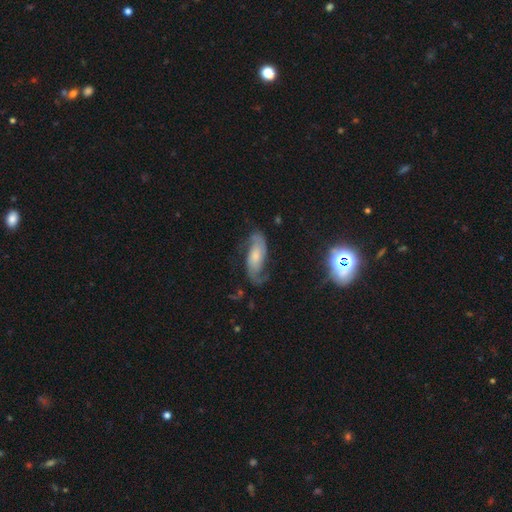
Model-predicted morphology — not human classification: A featured or disk galaxy (75%) with no bar (57%), 2 (88%) loose (42%) spiral arms (94%) and a small central bulge (41%).

Vote fractions:
- Smooth or featured? featured or disk: 75% / smooth: 17% / star or artifact: 9%
- Edge-on disk? no: 93% / yes: 7%
- Bar? no: 57% / weak: 32% / strong: 11%
- Spiral arms? yes: 94% / no: 6%
- Spiral winding? loose: 42% / medium: 41% / tight: 17%
- Spiral arm count? 2: 88% / can't tell: 6% / 1: 3% / 3: 1% / 4: 1% / more than 4: 1%
- Bulge size? small: 41% / moderate: 36% / none: 11% / large: 10% / dominant: 2%
- Merging? none: 64% / minor disturbance: 19% / major disturbance: 14% / merger: 2%